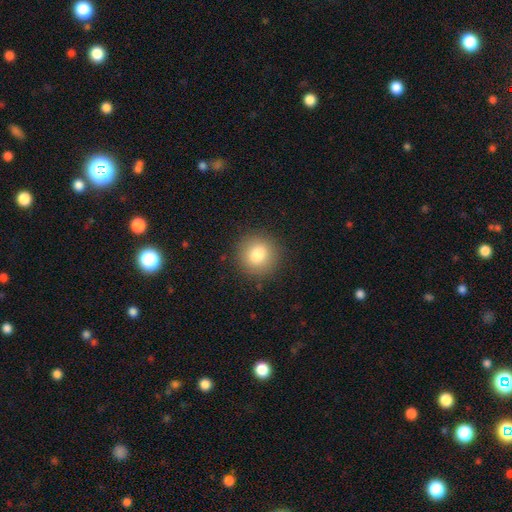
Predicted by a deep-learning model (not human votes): This appears to be a smooth galaxy with no disk features (82%) that is round (93%). Merging: none (89%).